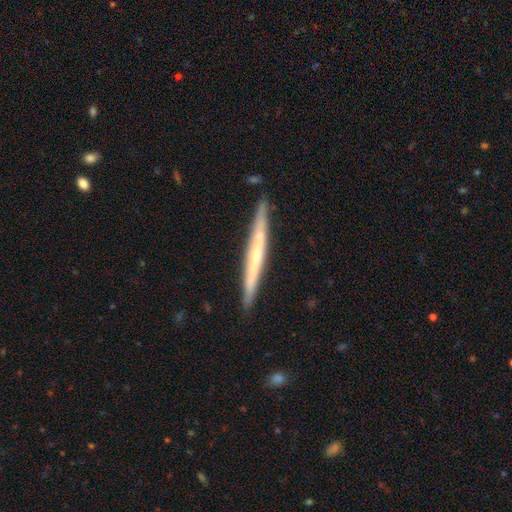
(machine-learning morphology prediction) A featured or disk galaxy (58%) viewed edge-on (96%) with no central bulge (69%).

Vote fractions:
- Smooth or featured? featured or disk: 58% / smooth: 36% / star or artifact: 6%
- Edge-on disk? yes: 96% / no: 4%
- Edge-on bulge? none: 69% / rounded: 23% / boxy: 7%
- Merging? none: 89% / minor disturbance: 9% / major disturbance: 1% / merger: 1%